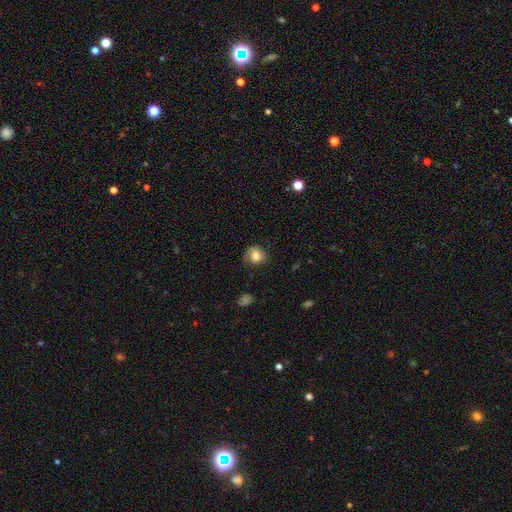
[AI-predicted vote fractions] This appears to be a smooth galaxy with no disk features (65%) that is round (70%). Merging: none (58%).